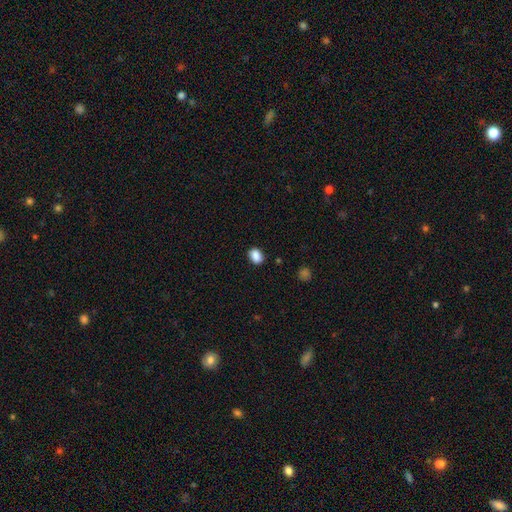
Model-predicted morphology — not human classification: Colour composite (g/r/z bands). It shows a smooth galaxy with no disk features (88%) that is in between round and cigar-shaped (71%). Merging: none (84%).